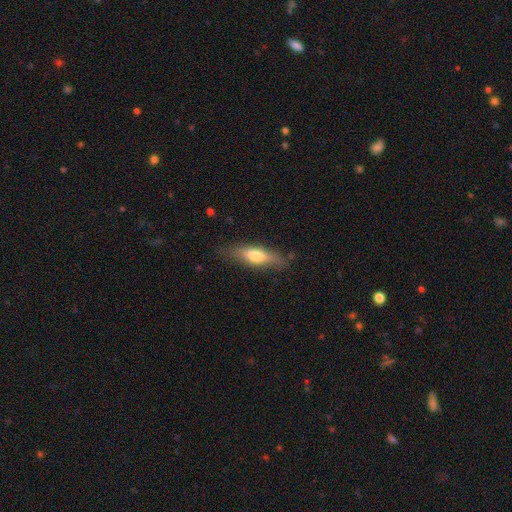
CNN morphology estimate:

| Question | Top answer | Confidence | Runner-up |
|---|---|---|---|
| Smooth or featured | smooth | 59% | featured or disk (35%) |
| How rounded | cigar-shaped | 55% | in between (43%) |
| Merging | none | 76% | minor disturbance (18%) |